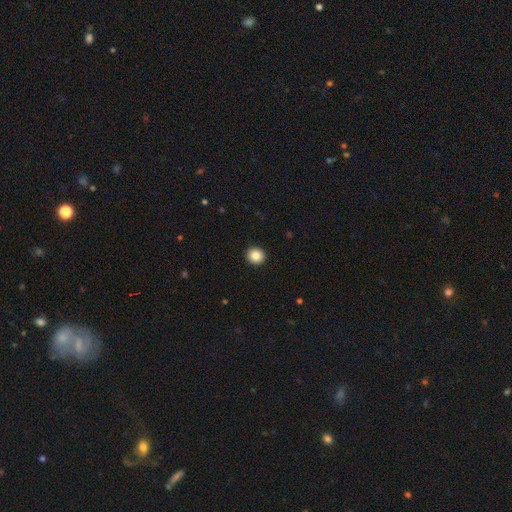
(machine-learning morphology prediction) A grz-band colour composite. It shows a smooth galaxy with no disk features (85%) that is round (90%). Merging: none (94%).